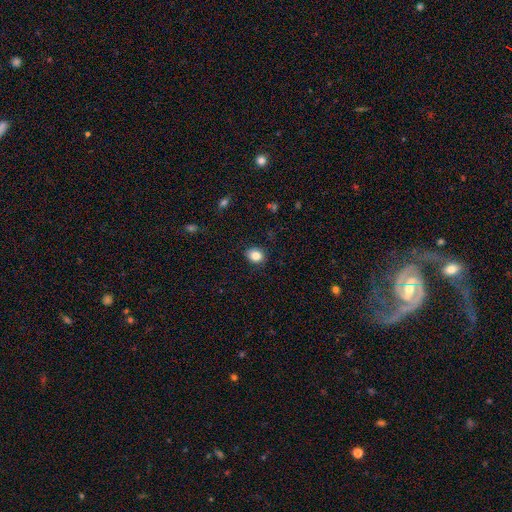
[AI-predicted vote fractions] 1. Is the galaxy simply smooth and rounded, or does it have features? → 84% smooth, 10% star or artifact, 6% featured or disk.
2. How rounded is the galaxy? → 61% round, 38% in between, 1% cigar-shaped.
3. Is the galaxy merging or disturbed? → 88% none, 9% minor disturbance, 2% major disturbance, 1% merger.